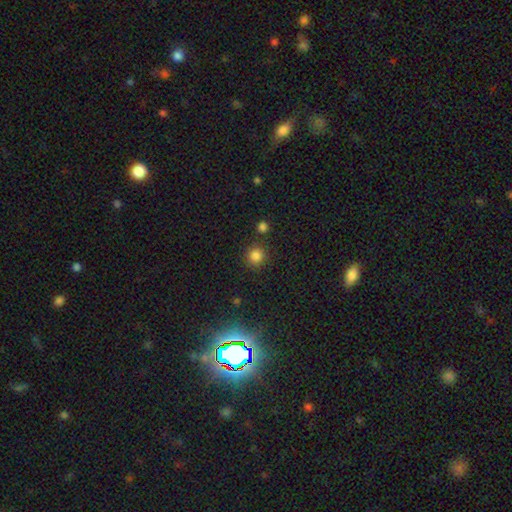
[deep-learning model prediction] Morphology: type=smooth (82%); roundness=round (93%); merging=none (84%).